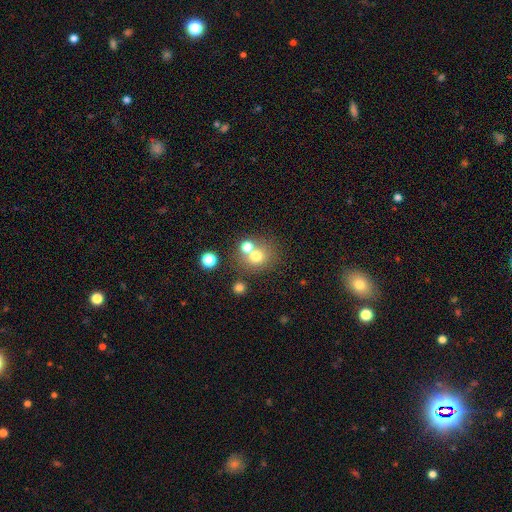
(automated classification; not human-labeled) The model was most divided on "merging": none: 55%, merger: 33%, minor disturbance: 8%, major disturbance: 4%. More confident: how rounded — round (82%); smooth or featured — smooth (71%).